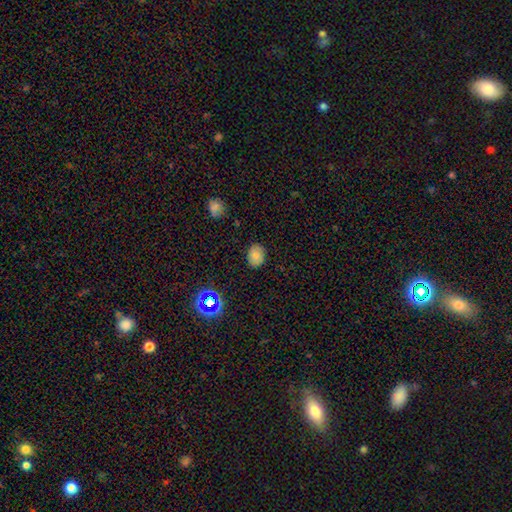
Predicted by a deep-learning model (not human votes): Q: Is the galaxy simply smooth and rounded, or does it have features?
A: smooth — 75%.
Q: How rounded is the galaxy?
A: in between — 64%.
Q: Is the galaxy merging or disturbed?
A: none — 85%.